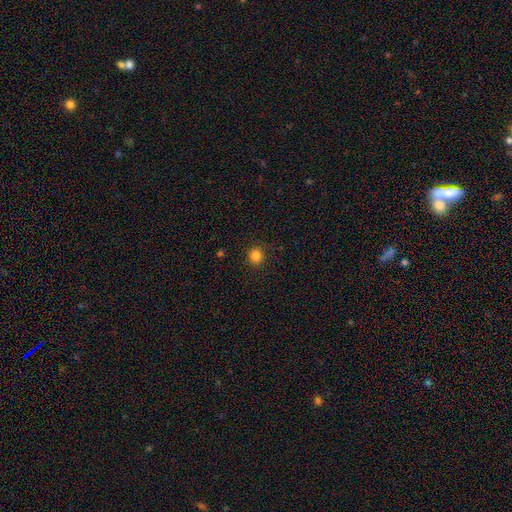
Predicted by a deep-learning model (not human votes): Overall: smooth (84%). How rounded: round (91%). Merging: none (89%).